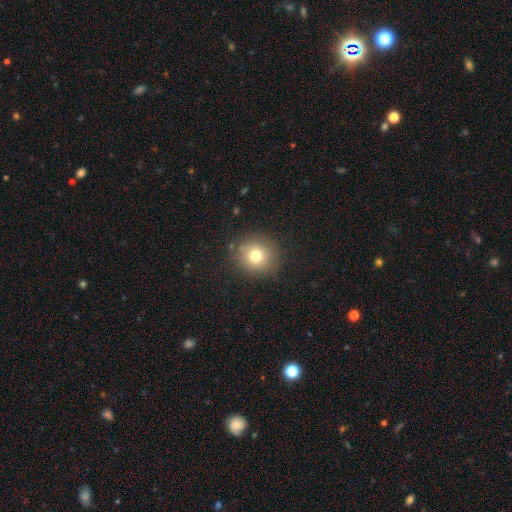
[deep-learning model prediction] smooth_or_featured: smooth (p=0.75) [alt: star or artifact p=0.14]
how_rounded: round (p=0.92) [alt: in between p=0.08]
merging: none (p=0.87) [alt: minor disturbance p=0.08]